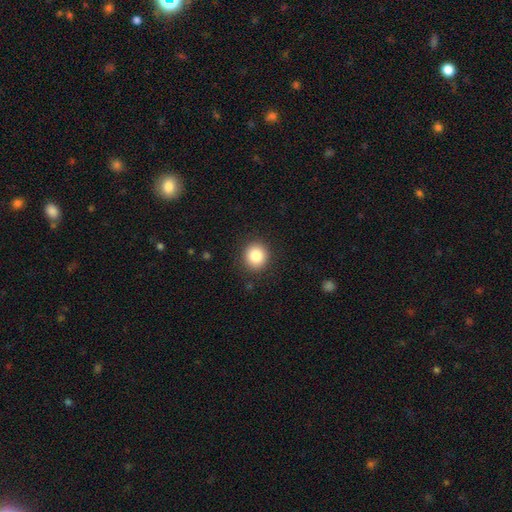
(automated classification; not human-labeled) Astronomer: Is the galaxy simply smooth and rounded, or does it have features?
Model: smooth — 85%.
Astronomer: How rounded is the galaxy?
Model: round — 87%.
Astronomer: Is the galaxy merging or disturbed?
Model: none — 90%.